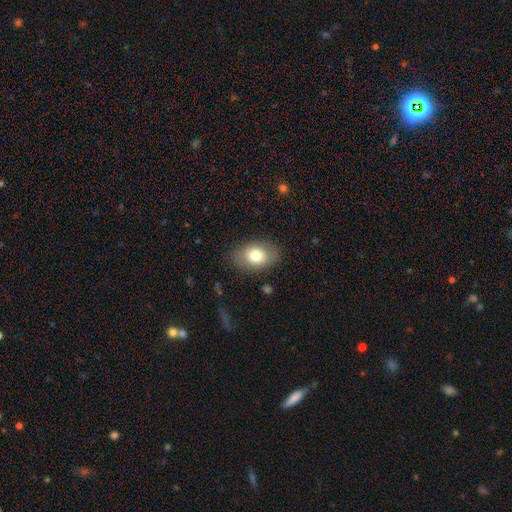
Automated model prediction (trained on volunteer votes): A smooth galaxy with no disk features (76%) that is in between round and cigar-shaped (82%). Merging: none (82%).